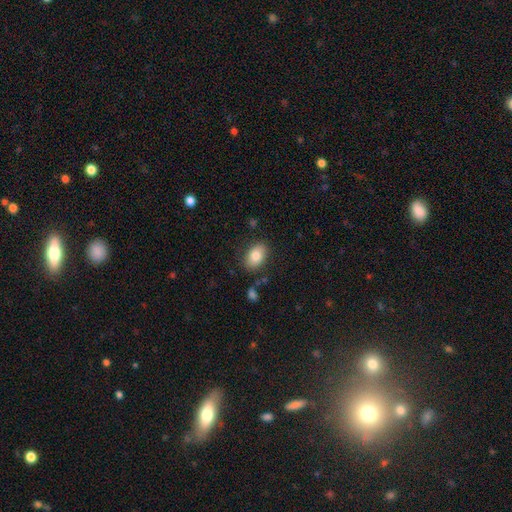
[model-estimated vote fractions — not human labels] smooth-or-featured: smooth: 82% | featured or disk: 11% | star or artifact: 7%
  how-rounded: in between: 86% | round: 13% | cigar-shaped: 1%
  merging: none: 84% | minor disturbance: 11% | major disturbance: 3% | merger: 2%